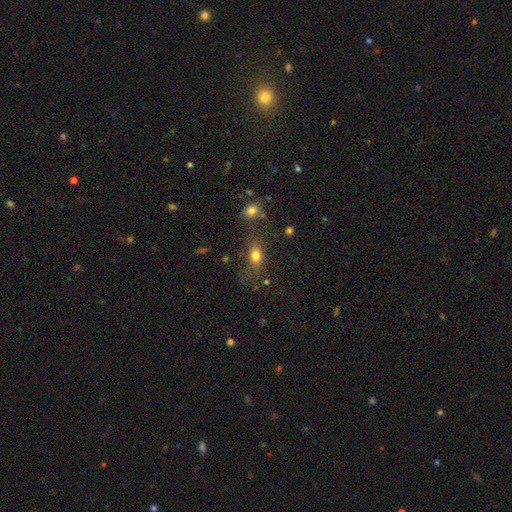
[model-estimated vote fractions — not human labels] Overall: smooth (77%). How rounded: in between (68%; round 28%). Merging: none (65%).